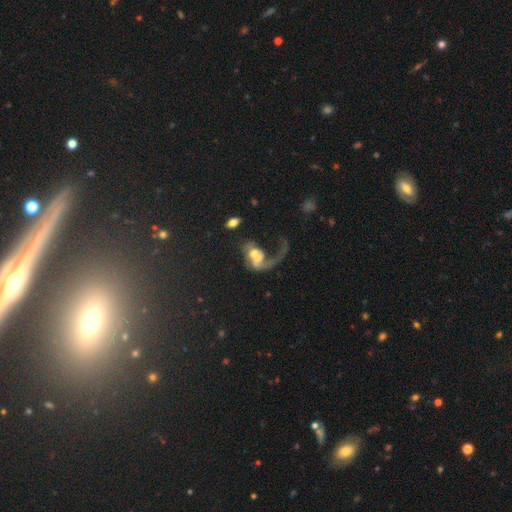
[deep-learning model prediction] The model was most divided on "merging": merger: 49%, major disturbance: 29%, none: 15%, minor disturbance: 7%. More confident: edge-on disk — no (97%); spiral arms — yes (78%); smooth or featured — featured or disk (66%); bar — no (65%); bulge size — moderate (52%).